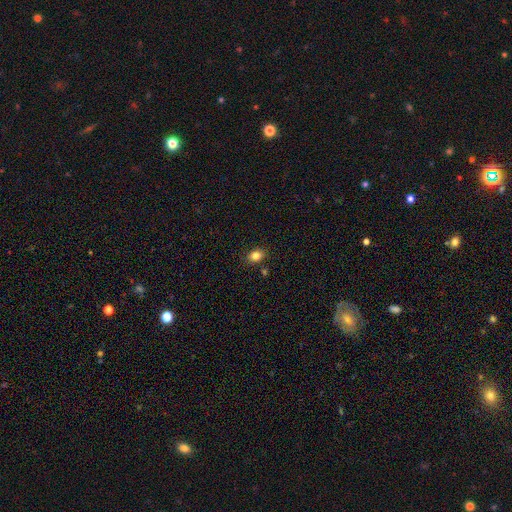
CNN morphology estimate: This appears to be a smooth galaxy with no disk features (83%) that is in between round and cigar-shaped (71%). Merging: none (84%).